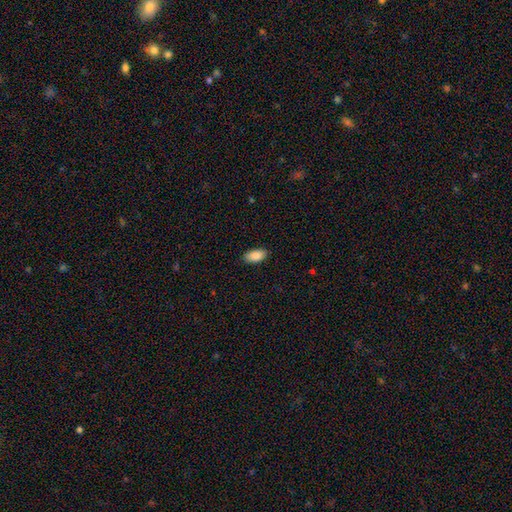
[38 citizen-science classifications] Smooth or featured?
  - smooth: 87% *
  - star or artifact: 8%
  - featured or disk: 5%
How rounded?
  - in between: 94% *
  - cigar-shaped: 6%
  - round: 0%
Merging?
  - none: 80% *
  - minor disturbance: 17%
  - major disturbance: 3%
  - merger: 0%